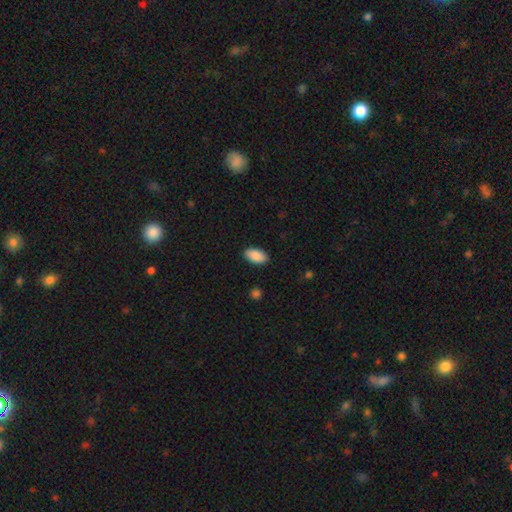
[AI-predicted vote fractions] Q: Smooth or featured?
A: smooth (90%); runner-up: star or artifact (6%)
Q: How rounded?
A: in between (95%); runner-up: round (3%)
Q: Merging?
A: none (89%); runner-up: minor disturbance (8%)